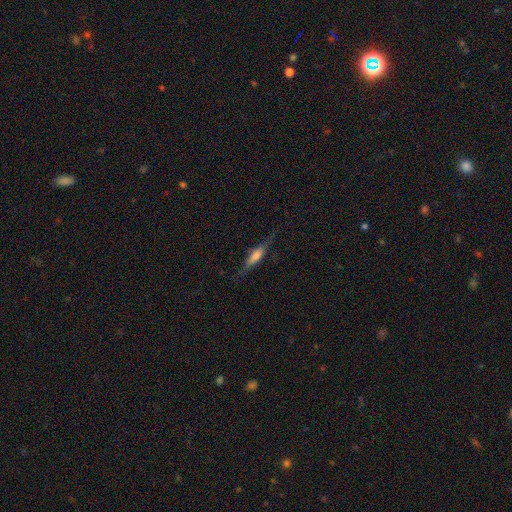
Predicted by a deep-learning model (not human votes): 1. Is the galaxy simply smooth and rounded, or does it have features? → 56% featured or disk, 37% smooth, 8% star or artifact.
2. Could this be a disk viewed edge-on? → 93% yes, 7% no.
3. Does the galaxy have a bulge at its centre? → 56% rounded, 34% boxy, 11% none.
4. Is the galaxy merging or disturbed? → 76% none, 17% minor disturbance, 6% major disturbance, 1% merger.